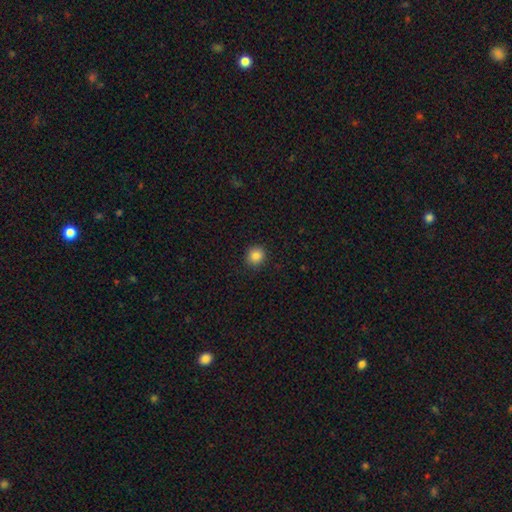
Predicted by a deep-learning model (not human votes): Smooth or featured: smooth — 85% (star or artifact — 11%)
How rounded: round — 84% (in between — 15%)
Merging: none — 90% (minor disturbance — 7%)